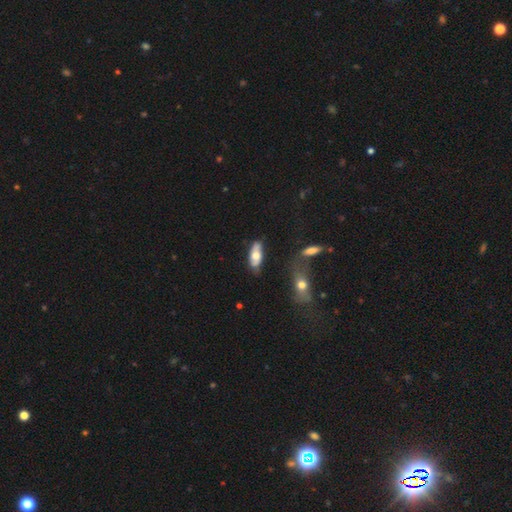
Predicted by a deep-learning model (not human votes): Overall: smooth (53%; featured or disk 41%). How rounded: in between (79%). Merging: none (69%).